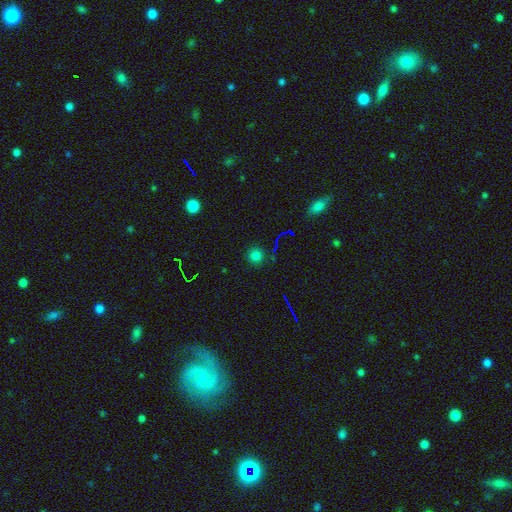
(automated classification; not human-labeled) Smooth or featured: smooth — 73% (star or artifact — 21%)
How rounded: round — 93% (in between — 5%)
Merging: none — 88% (minor disturbance — 8%)